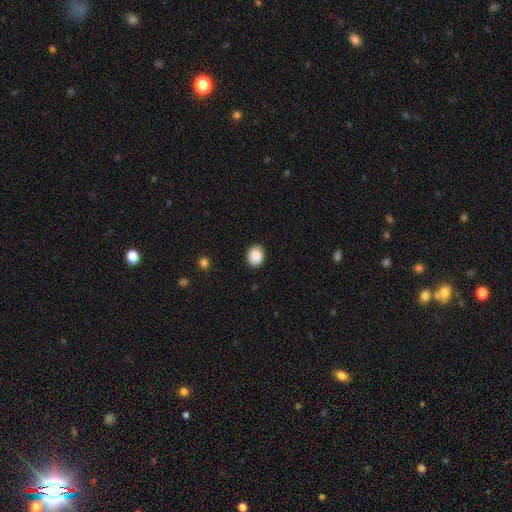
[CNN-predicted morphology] This is clearly a smooth galaxy (88%). How rounded: possibly round (50%). Merging: clearly none (83%).